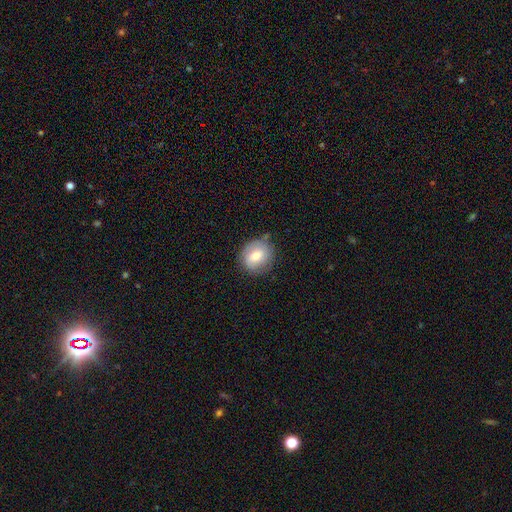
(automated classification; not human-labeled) smooth 69%, featured or disk 23%, star or artifact 8%. Down the decision tree: how rounded — round (79%); merging — none (77%).